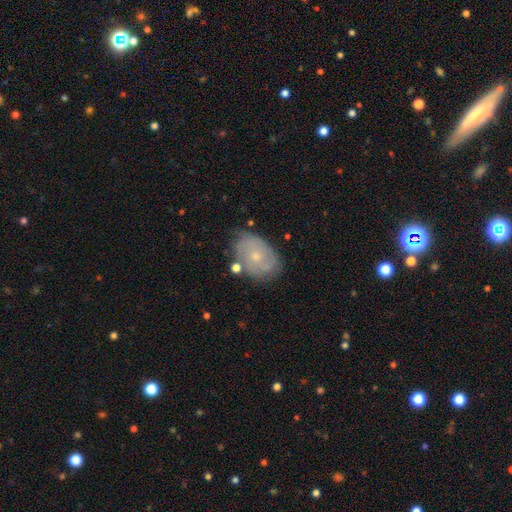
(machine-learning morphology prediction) Smooth or featured?
  - featured or disk: 52% *
  - smooth: 39%
  - star or artifact: 8%
Edge-on disk?
  - no: 96% *
  - yes: 4%
Bar?
  - no: 83% *
  - weak: 15%
  - strong: 2%
Spiral arms?
  - yes: 64% *
  - no: 36%
Bulge size?
  - small: 65% *
  - moderate: 30%
  - none: 2%
  - large: 1%
  - dominant: 1%
Merging?
  - none: 68% *
  - minor disturbance: 21%
  - major disturbance: 6%
  - merger: 5%